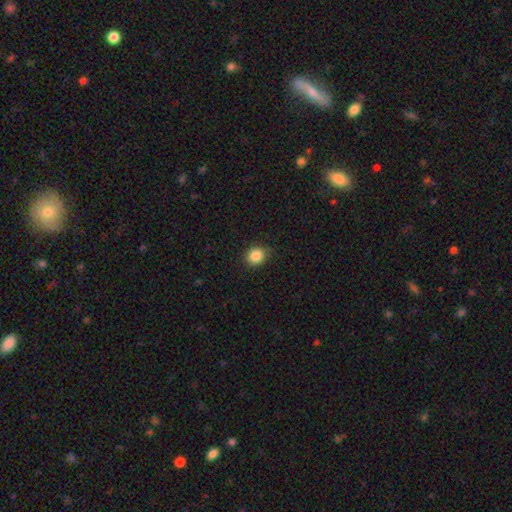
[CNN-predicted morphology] smooth-or-featured: smooth: 86% | star or artifact: 10% | featured or disk: 4%
  how-rounded: round: 74% | in between: 25% | cigar-shaped: 1%
  merging: none: 84% | minor disturbance: 12% | major disturbance: 2% | merger: 1%